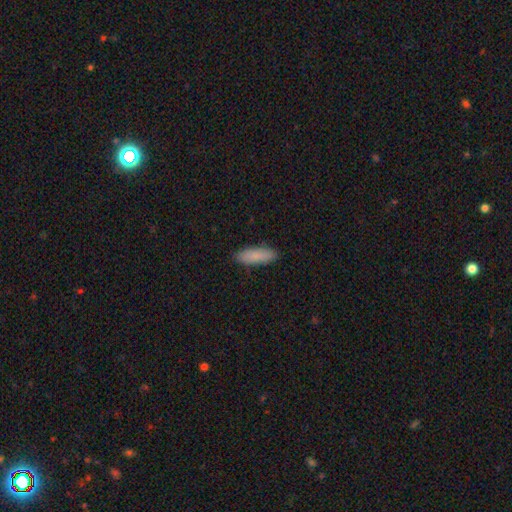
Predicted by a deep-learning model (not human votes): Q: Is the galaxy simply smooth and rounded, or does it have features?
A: smooth — 87%.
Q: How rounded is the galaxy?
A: cigar-shaped — 52%.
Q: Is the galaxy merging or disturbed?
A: none — 89%.